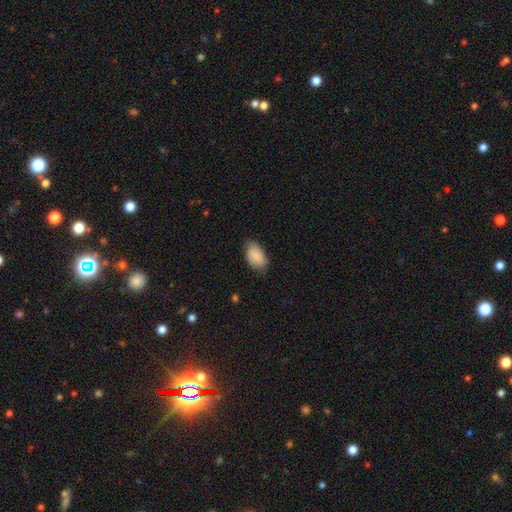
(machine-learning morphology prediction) type=smooth (84%); roundness=in between (93%); merging=none (69%).